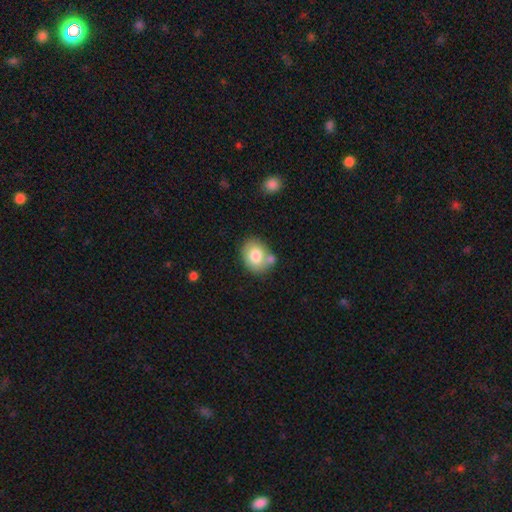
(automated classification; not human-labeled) Smooth or featured? smooth (78%)
How rounded? in between (54%)
Merging? none (59%)